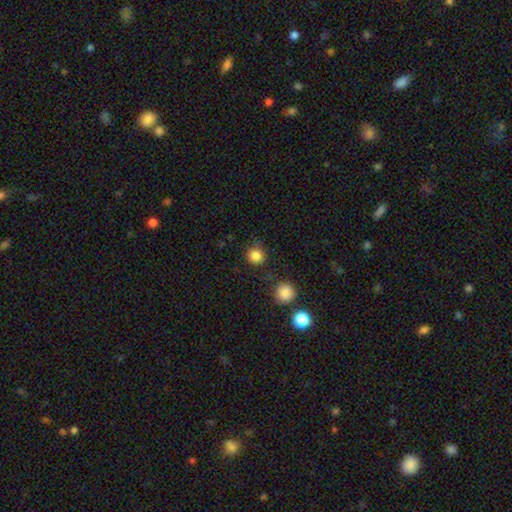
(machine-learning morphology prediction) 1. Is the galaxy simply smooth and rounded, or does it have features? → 84% smooth, 12% star or artifact, 4% featured or disk.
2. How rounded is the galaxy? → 93% round, 6% in between, 1% cigar-shaped.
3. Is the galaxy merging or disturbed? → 84% none, 10% minor disturbance, 3% major disturbance, 3% merger.